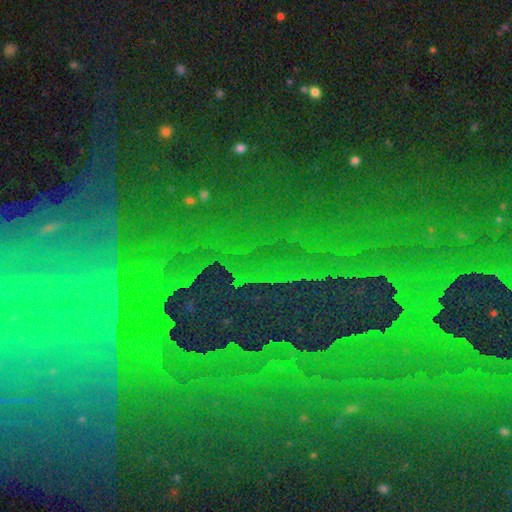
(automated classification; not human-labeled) Smooth or featured? Predicted: star or artifact (p=0.86).